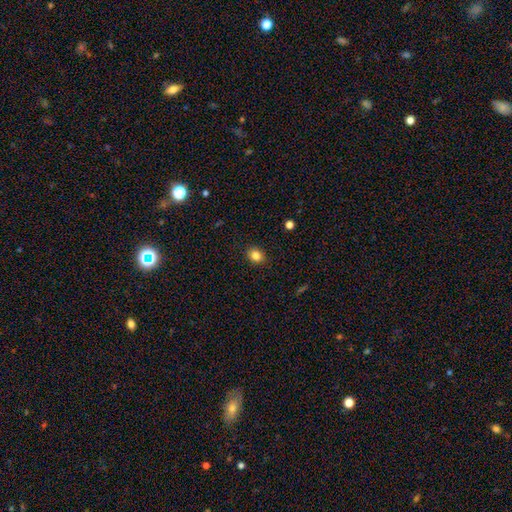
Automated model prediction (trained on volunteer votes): Overall: smooth (83%). How rounded: round (56%; in between 43%). Merging: none (89%).